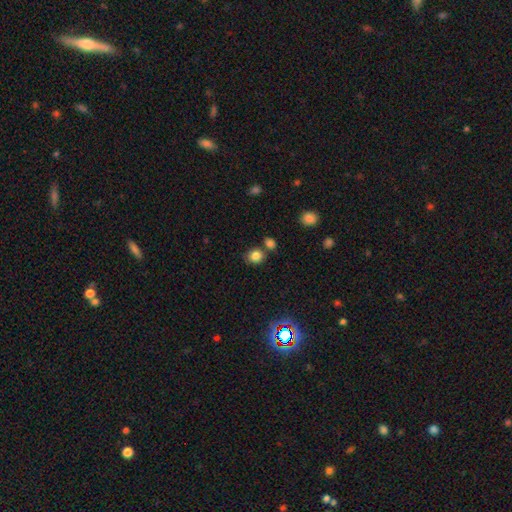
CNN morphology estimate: A smooth galaxy with no disk features (82%) that is round (72%).

Vote fractions:
- Smooth or featured? smooth: 82% / star or artifact: 12% / featured or disk: 6%
- How rounded? round: 72% / in between: 27% / cigar-shaped: 1%
- Merging? none: 70% / merger: 17% / minor disturbance: 11% / major disturbance: 3%